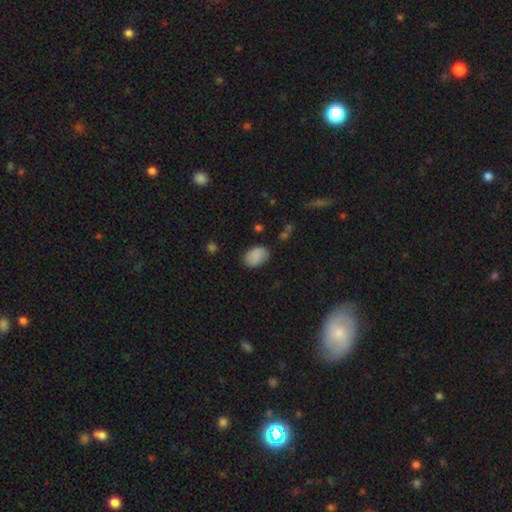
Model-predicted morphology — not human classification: smooth 86%, star or artifact 8%, featured or disk 6%. Down the decision tree: how rounded — in between (83%); merging — none (79%).